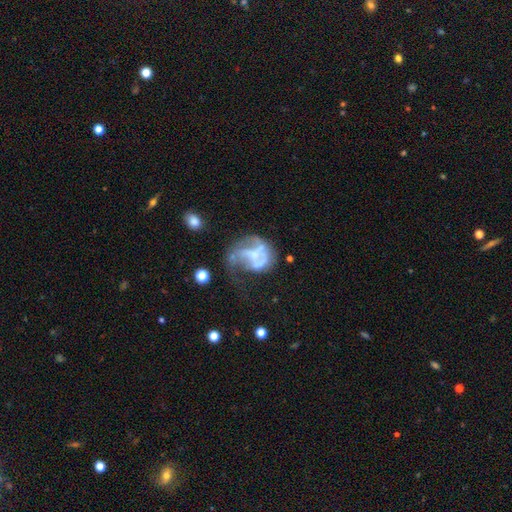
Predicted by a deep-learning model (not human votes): smooth-or-featured: featured or disk: 65% | smooth: 24% | star or artifact: 11%
  disk-edge-on: no: 98% | yes: 2%
    bar: no: 72% | weak: 21% | strong: 7%
    has-spiral-arms: no: 61% | yes: 39%
    bulge-size: none: 56% | small: 23% | moderate: 15% | large: 4% | dominant: 2%
  merging: major disturbance: 47% | none: 25% | minor disturbance: 19% | merger: 9%